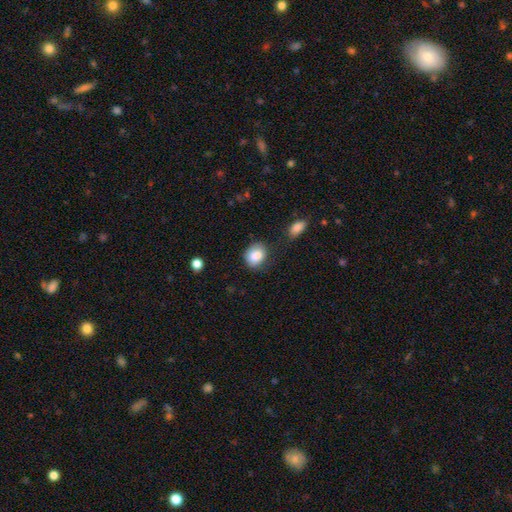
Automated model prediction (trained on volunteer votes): Smooth or featured? smooth (86%)
How rounded? round (55%)
Merging? none (67%)